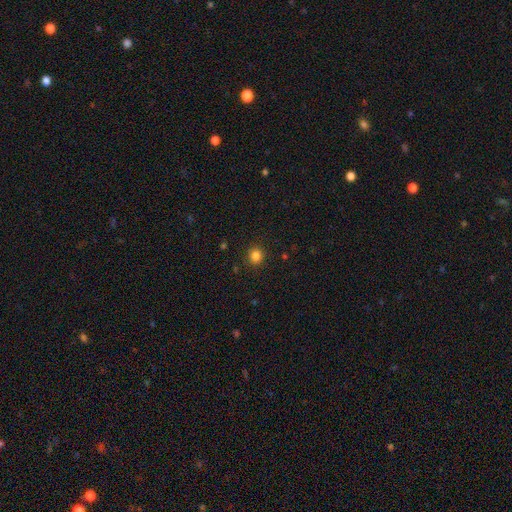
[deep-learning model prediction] smooth 84%, star or artifact 13%, featured or disk 4%. Down the decision tree: how rounded — round (89%); merging — none (91%).